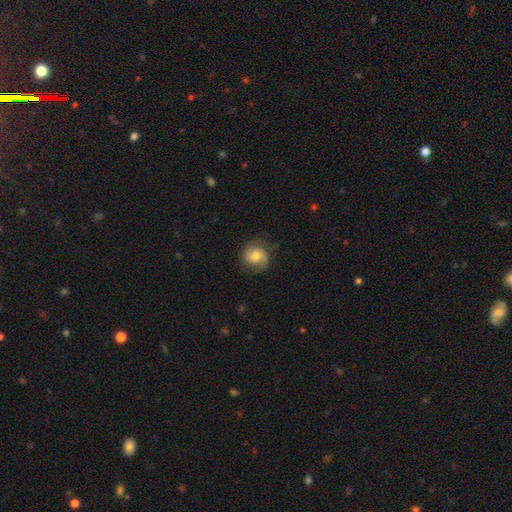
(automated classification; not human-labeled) Smooth or featured? smooth (48%)
Merging? none (72%)